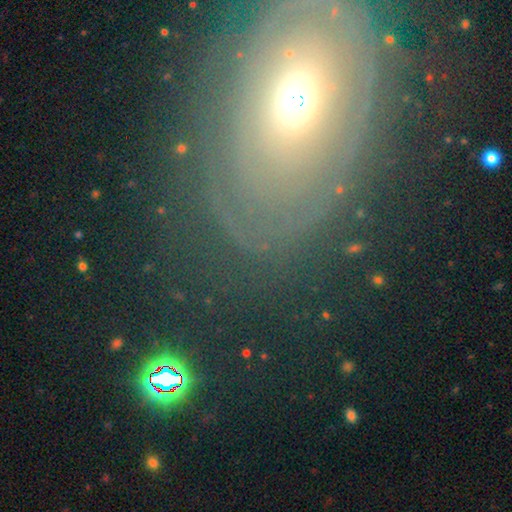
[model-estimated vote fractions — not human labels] This is marginally a featured or disk galaxy (38%). Merging: likely none (71%).